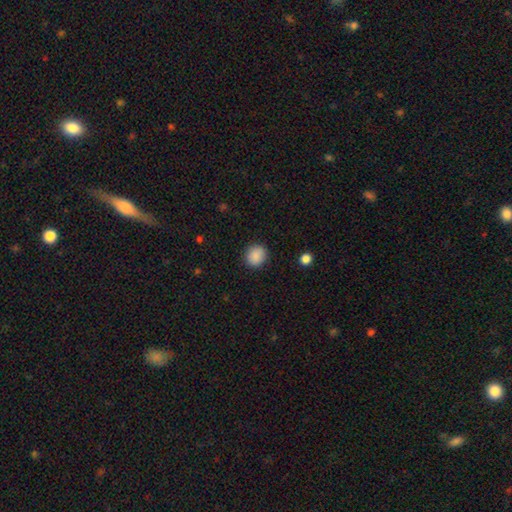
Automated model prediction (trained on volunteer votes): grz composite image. It shows a smooth galaxy with no disk features (88%) that is round (81%). Merging: none (89%).